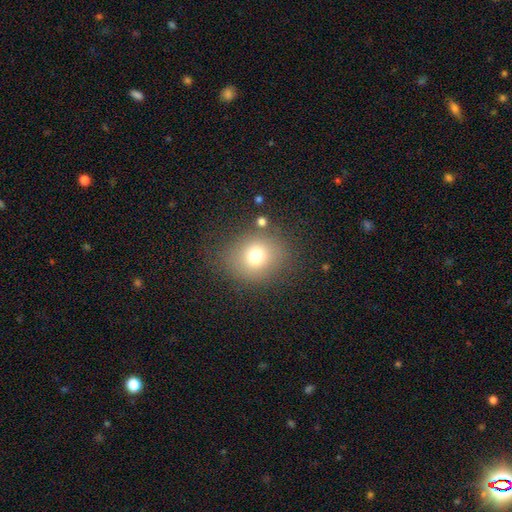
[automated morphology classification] Q: Smooth or featured?
A: smooth (73%); runner-up: star or artifact (15%)
Q: How rounded?
A: round (77%); runner-up: in between (22%)
Q: Merging?
A: none (77%); runner-up: minor disturbance (13%)